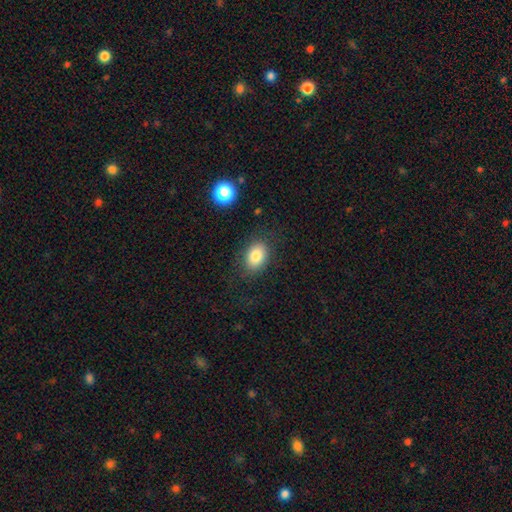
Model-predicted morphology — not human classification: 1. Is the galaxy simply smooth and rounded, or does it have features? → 82% smooth, 9% featured or disk, 9% star or artifact.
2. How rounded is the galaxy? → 75% in between, 24% round, 1% cigar-shaped.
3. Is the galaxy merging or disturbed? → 80% none, 13% minor disturbance, 5% major disturbance, 2% merger.